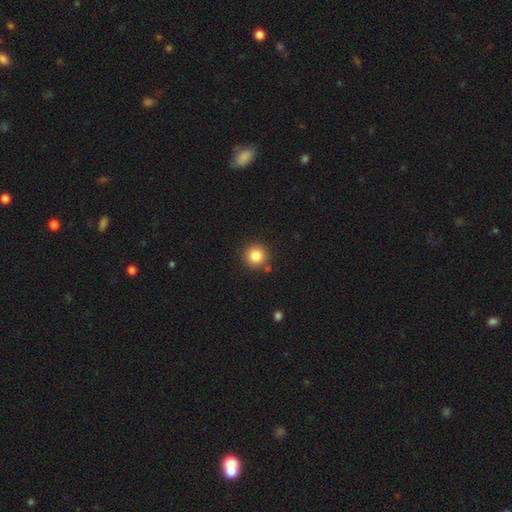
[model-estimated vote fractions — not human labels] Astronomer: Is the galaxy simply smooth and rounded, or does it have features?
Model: smooth — 84%.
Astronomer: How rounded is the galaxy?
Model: round — 95%.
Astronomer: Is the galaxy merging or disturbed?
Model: none — 86%.